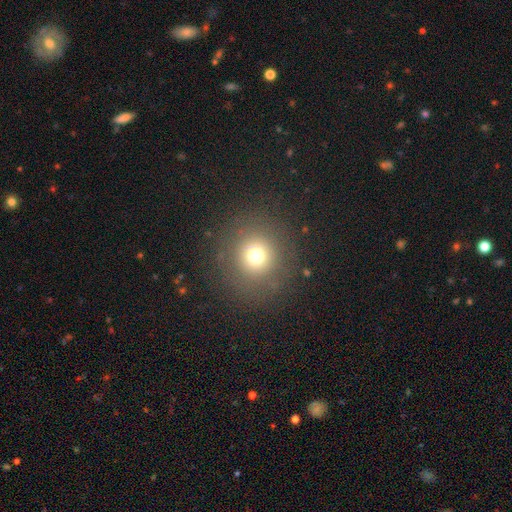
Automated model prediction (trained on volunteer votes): A smooth galaxy with no disk features (70%) that is round (94%).

Vote fractions:
- Smooth or featured? smooth: 70% / star or artifact: 19% / featured or disk: 11%
- How rounded? round: 94% / in between: 5% / cigar-shaped: 1%
- Merging? none: 86% / minor disturbance: 7% / major disturbance: 5% / merger: 1%